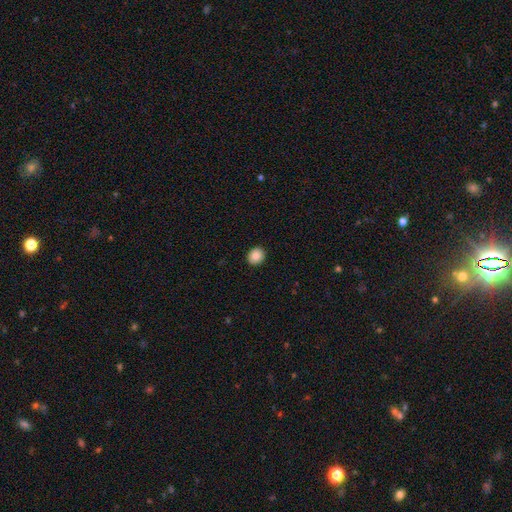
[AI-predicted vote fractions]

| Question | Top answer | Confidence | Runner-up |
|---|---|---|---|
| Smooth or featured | smooth | 86% | star or artifact (9%) |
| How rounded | round | 74% | in between (25%) |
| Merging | none | 92% | minor disturbance (6%) |